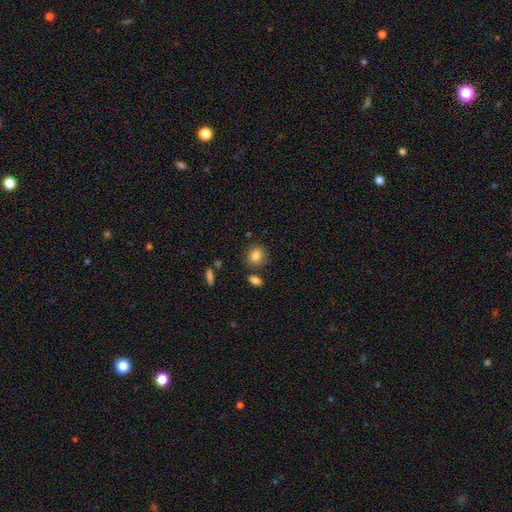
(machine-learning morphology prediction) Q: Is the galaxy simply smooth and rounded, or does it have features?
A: smooth — 83%.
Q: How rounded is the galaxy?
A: round — 76%.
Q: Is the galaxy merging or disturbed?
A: none — 79%.